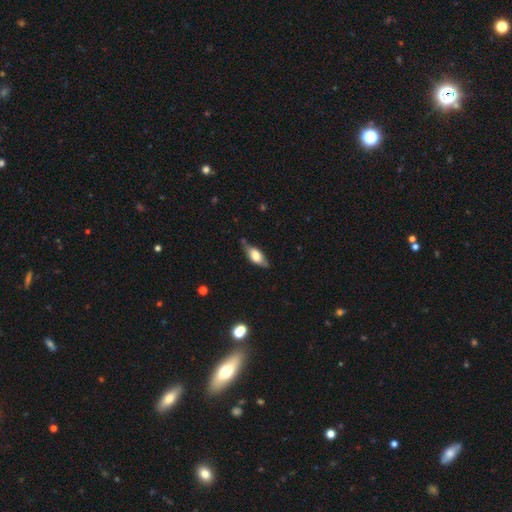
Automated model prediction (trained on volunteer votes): Morphology: type=smooth (58%); roundness=in between (80%); merging=none (67%).